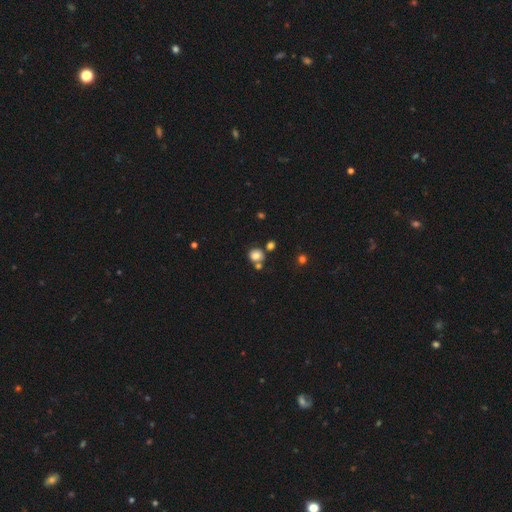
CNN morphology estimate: smooth-or-featured: smooth: 78% | star or artifact: 13% | featured or disk: 10%
  how-rounded: round: 79% | in between: 21% | cigar-shaped: 1%
  merging: none: 66% | merger: 19% | minor disturbance: 12% | major disturbance: 4%